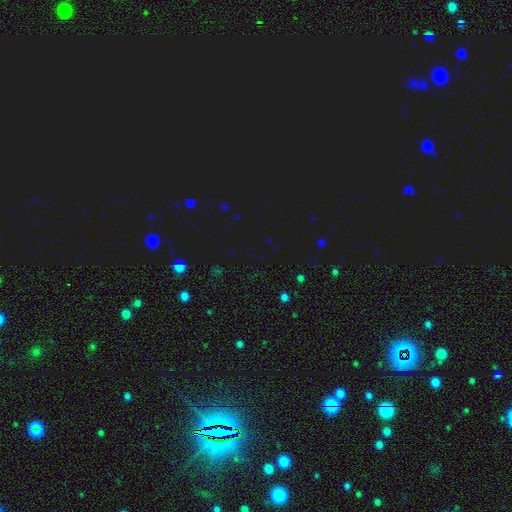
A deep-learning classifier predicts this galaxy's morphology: This is likely a star or artifact rather than a galaxy (68%).